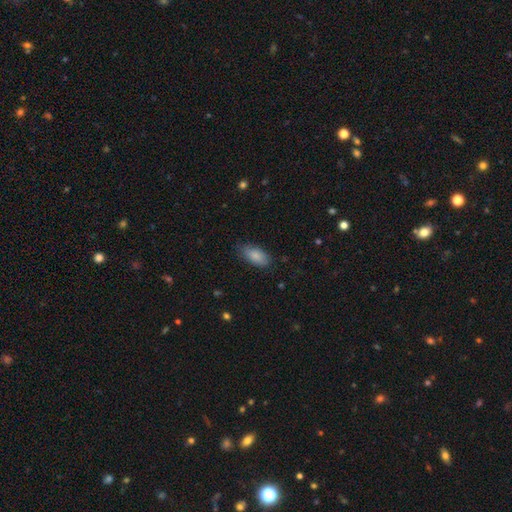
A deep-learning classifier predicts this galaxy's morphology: This appears to be a smooth galaxy with no disk features (86%) that is in between round and cigar-shaped (91%). Merging: none (79%).